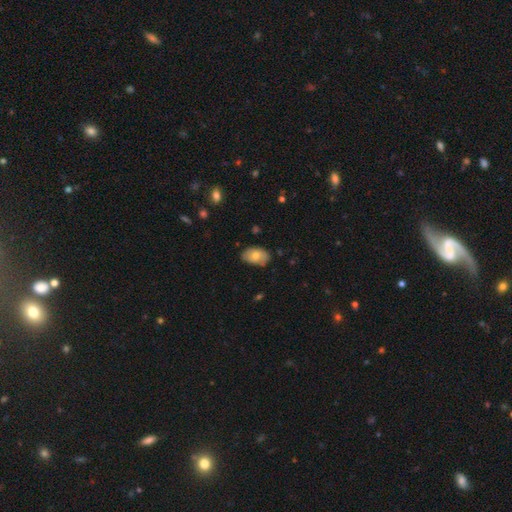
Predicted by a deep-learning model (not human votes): The model was most divided on "smooth or featured": smooth: 73%, featured or disk: 20%, star or artifact: 7%. More confident: how rounded — in between (91%); merging — none (78%).